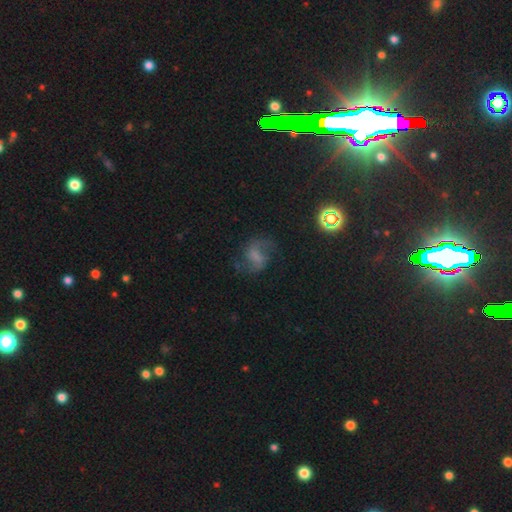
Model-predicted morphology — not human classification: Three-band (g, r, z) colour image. It shows a featured or disk galaxy (66%) with a weak bar (48%), 2 (89%) loose (50%) spiral arms (90%) and no central bulge (50%). Merging: none (67%).